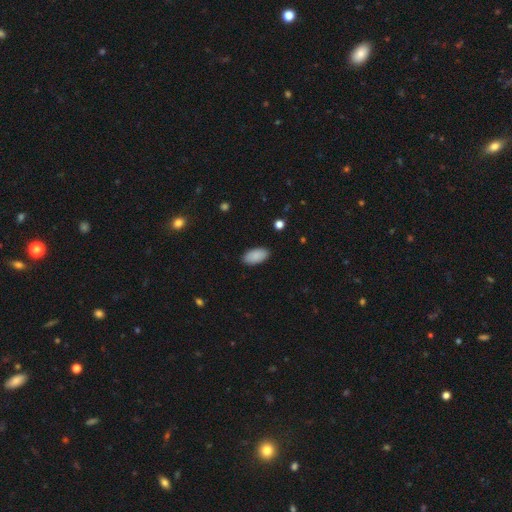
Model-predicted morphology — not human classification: Smooth or featured: smooth — 89% (star or artifact — 6%)
How rounded: in between — 95% (cigar-shaped — 3%)
Merging: none — 89% (minor disturbance — 8%)